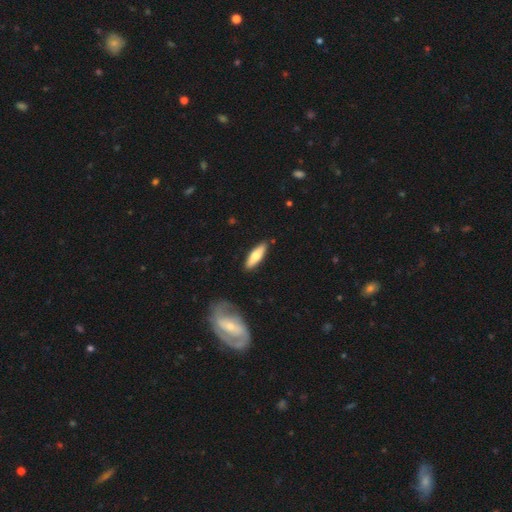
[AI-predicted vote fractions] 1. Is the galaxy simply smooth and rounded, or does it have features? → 65% smooth, 29% featured or disk, 6% star or artifact.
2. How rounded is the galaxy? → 53% cigar-shaped, 45% in between, 2% round.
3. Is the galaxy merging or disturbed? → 87% none, 9% minor disturbance, 2% major disturbance, 2% merger.